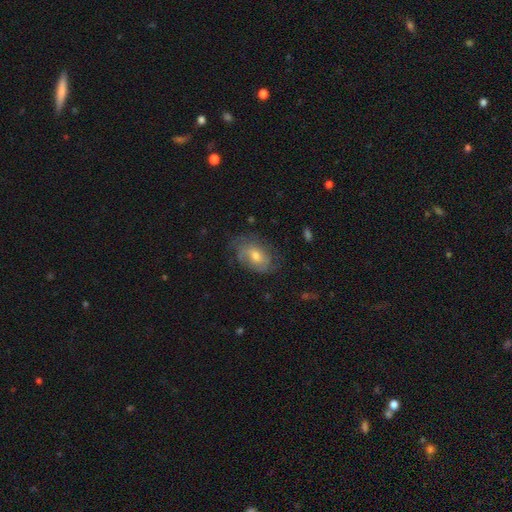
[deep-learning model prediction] The model was most divided on "smooth or featured": featured or disk: 58%, smooth: 34%, star or artifact: 9%. More confident: edge-on disk — no (95%); spiral arms — yes (78%); bar — no (68%); merging — none (64%); bulge size — moderate (61%).